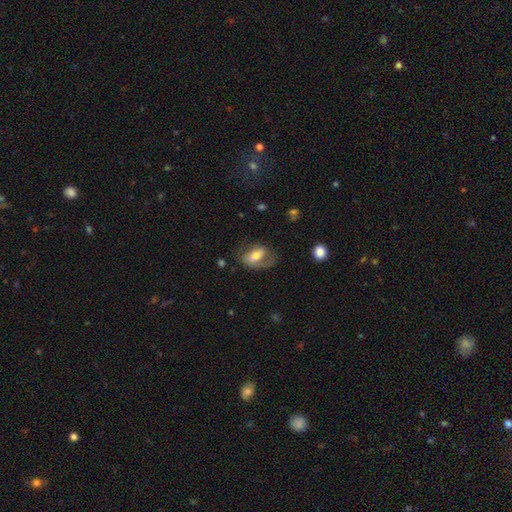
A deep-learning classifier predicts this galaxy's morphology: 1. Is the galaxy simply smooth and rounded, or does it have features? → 46% featured or disk (tied), 46% smooth (tied), 8% star or artifact.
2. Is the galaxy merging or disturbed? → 46% none, 27% major disturbance, 24% minor disturbance, 3% merger.